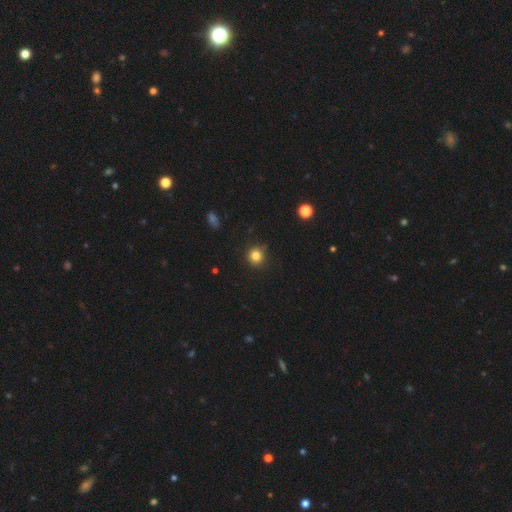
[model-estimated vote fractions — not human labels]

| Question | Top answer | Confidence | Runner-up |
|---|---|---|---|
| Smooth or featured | smooth | 82% | star or artifact (13%) |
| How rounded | round | 93% | in between (6%) |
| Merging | none | 87% | minor disturbance (9%) |